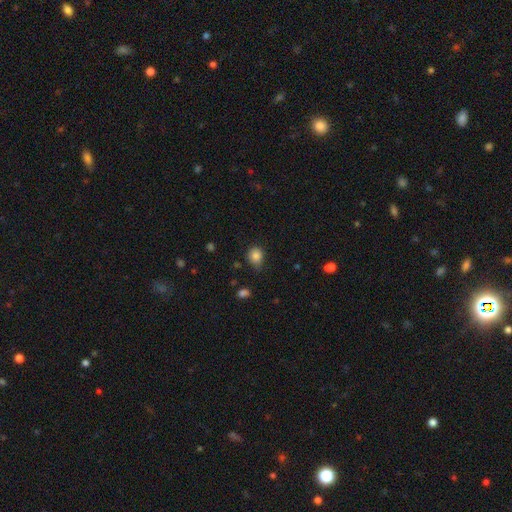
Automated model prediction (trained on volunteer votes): Smooth or featured? smooth (84%)
How rounded? round (64%)
Merging? none (59%)